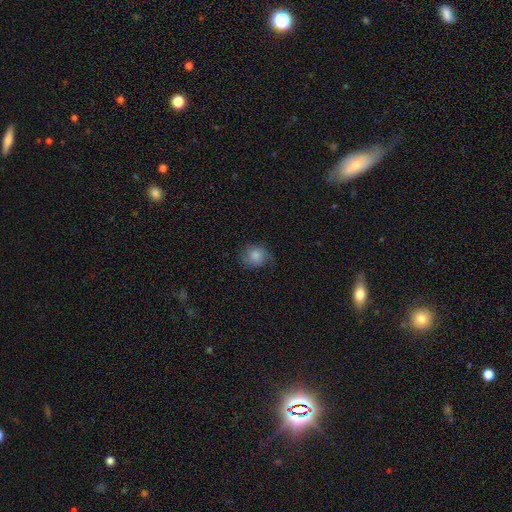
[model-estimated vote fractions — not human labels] Overall: smooth (77%). How rounded: round (72%). Merging: none (66%).